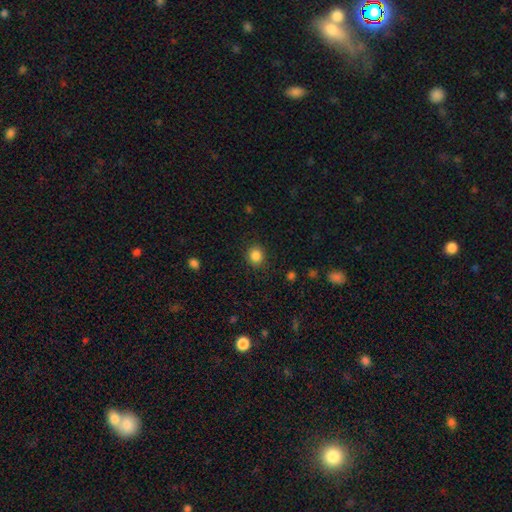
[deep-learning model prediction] This appears to be a smooth galaxy with no disk features (86%) that is round (80%). Merging: none (88%).